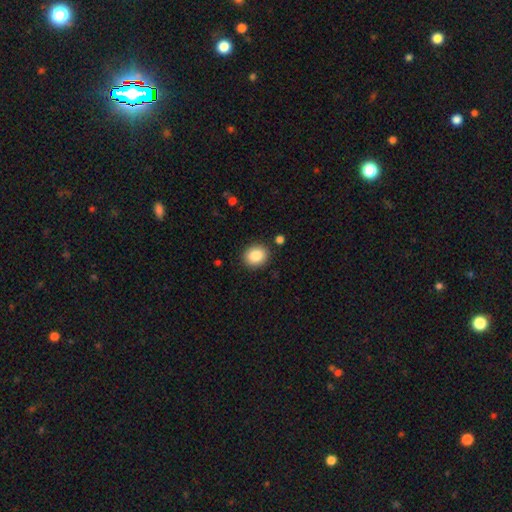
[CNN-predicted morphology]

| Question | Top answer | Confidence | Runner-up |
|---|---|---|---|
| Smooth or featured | smooth | 86% | star or artifact (9%) |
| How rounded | round | 63% | in between (37%) |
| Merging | none | 88% | minor disturbance (7%) |